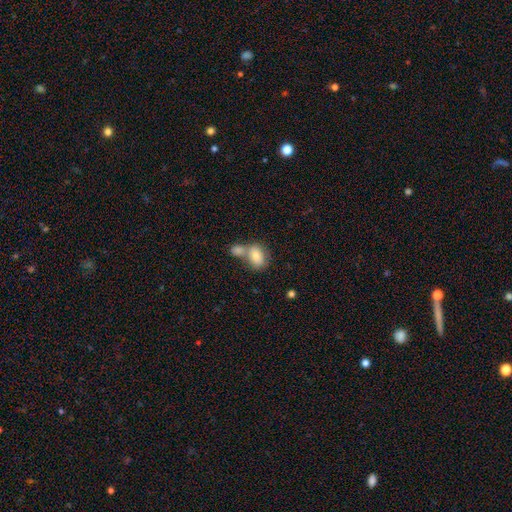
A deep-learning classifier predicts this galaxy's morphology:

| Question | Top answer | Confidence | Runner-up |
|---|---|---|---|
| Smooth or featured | smooth | 79% | featured or disk (14%) |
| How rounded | in between | 75% | round (23%) |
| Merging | merger | 56% | none (31%) |